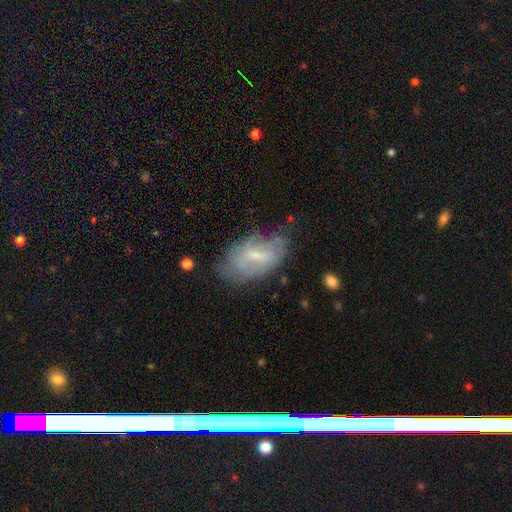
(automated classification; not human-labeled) Smooth or featured? Predicted: featured or disk (p=0.47). Merging? Predicted: none (p=0.55).